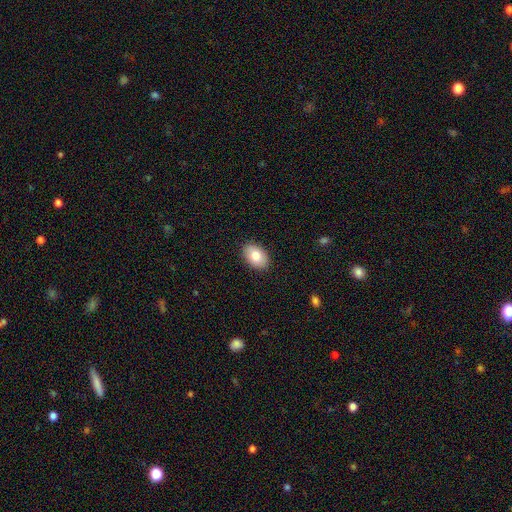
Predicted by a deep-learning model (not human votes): This is clearly a smooth galaxy (81%). How rounded: clearly in between (89%). Merging: clearly none (89%).